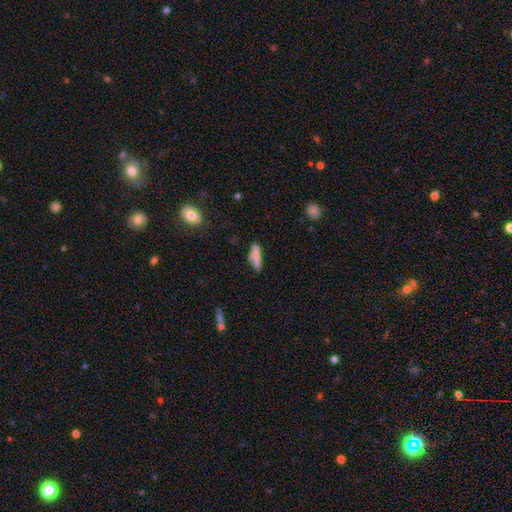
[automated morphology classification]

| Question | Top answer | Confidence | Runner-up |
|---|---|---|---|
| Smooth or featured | smooth | 75% | featured or disk (16%) |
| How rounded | cigar-shaped | 81% | in between (17%) |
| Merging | none | 65% | minor disturbance (20%) |